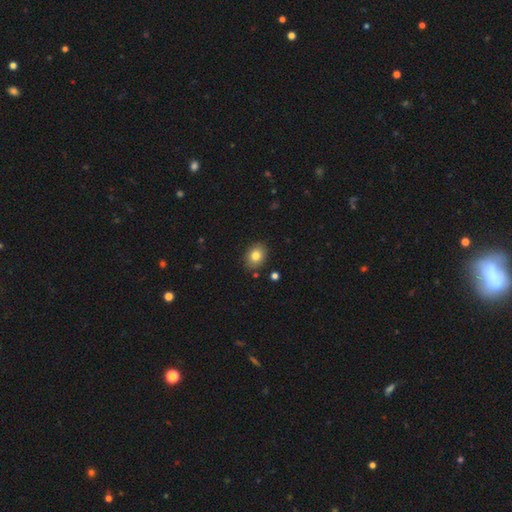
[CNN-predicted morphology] Smooth or featured? Predicted: smooth (p=0.82). How rounded? Predicted: in between (p=0.56). Merging? Predicted: none (p=0.87).